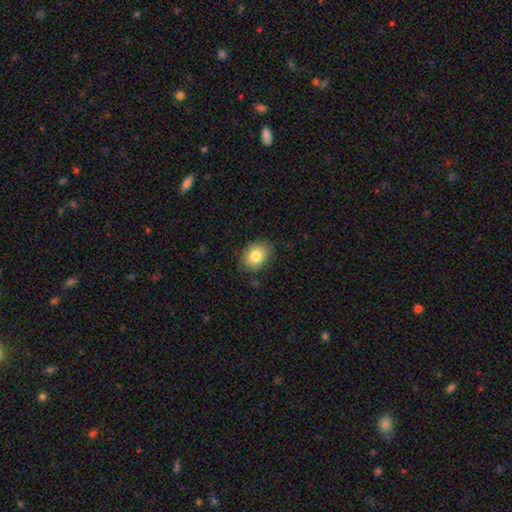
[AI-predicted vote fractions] This is clearly a smooth galaxy (81%). How rounded: likely in between (62%). Merging: clearly none (83%).